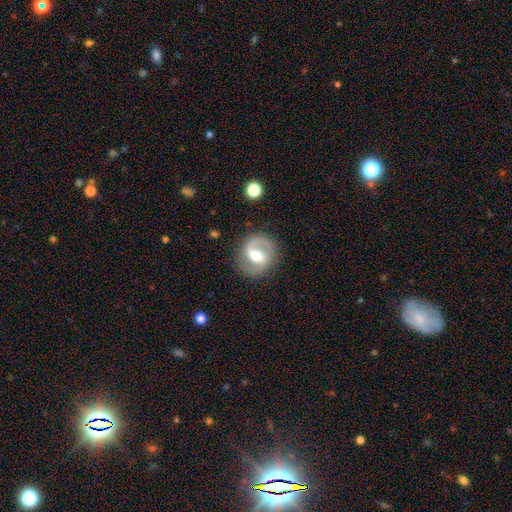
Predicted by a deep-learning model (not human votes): Smooth or featured? featured or disk (83%)
Edge-on disk? no (98%)
Bar? weak (48%)
Spiral arms? yes (94%)
Spiral winding? medium (55%)
Spiral arm count? 2 (85%)
Bulge size? moderate (67%)
Merging? none (83%)